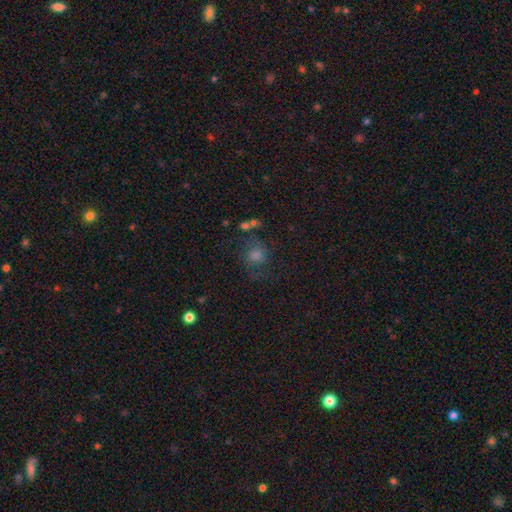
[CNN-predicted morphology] A smooth galaxy with no disk features (46%).

Vote fractions:
- Smooth or featured? smooth: 46% / featured or disk: 28% / star or artifact: 26%
- Merging? none: 61% / minor disturbance: 18% / major disturbance: 15% / merger: 6%